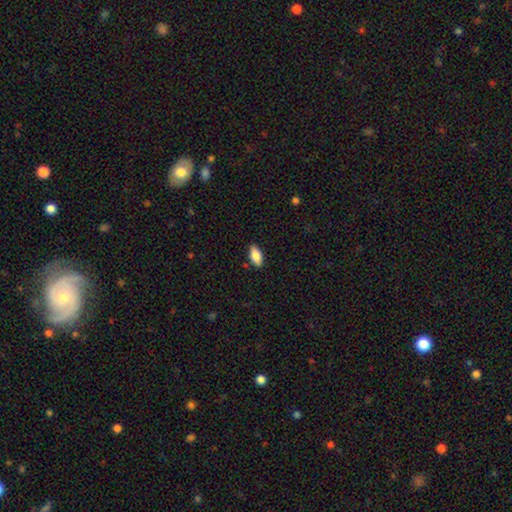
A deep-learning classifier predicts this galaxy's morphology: The model was most divided on "smooth or featured": smooth: 85%, featured or disk: 8%, star or artifact: 7%. More confident: how rounded — in between (90%); merging — none (88%).